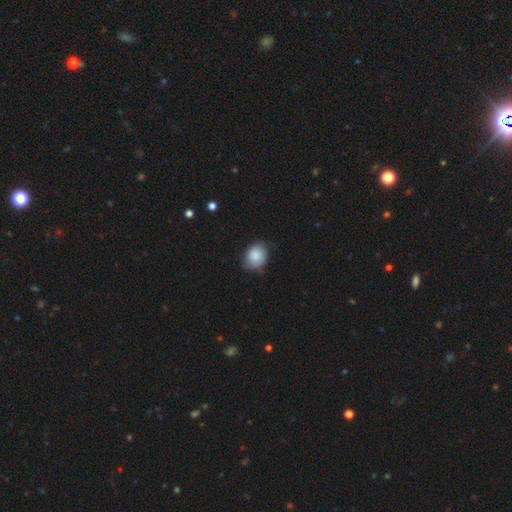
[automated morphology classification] This appears to be a smooth galaxy with no disk features (86%) that is round (57%). Merging: none (68%).